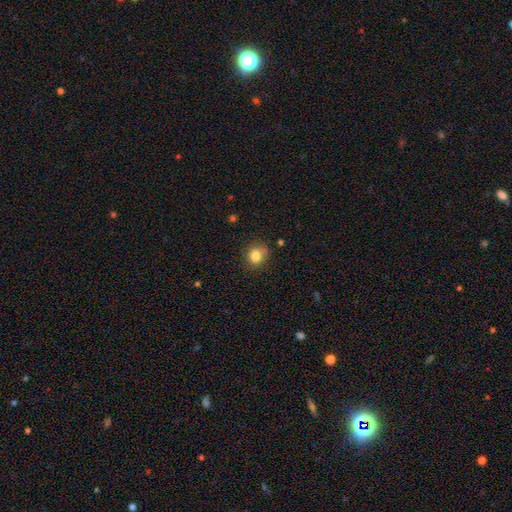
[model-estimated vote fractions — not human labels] This is clearly a smooth galaxy (82%). How rounded: likely round (78%). Merging: likely none (79%).